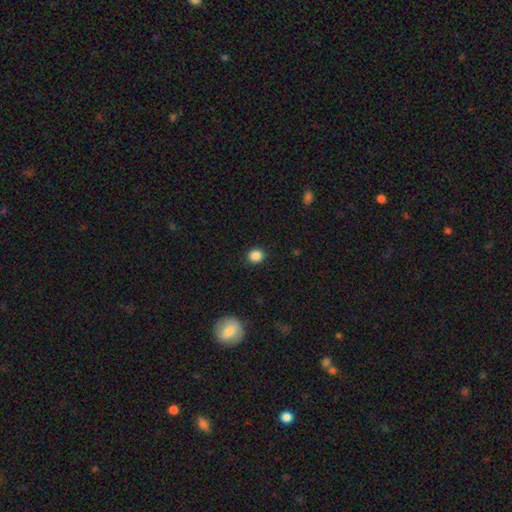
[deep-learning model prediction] This is clearly a smooth galaxy (87%). How rounded: clearly round (80%). Merging: clearly none (91%).